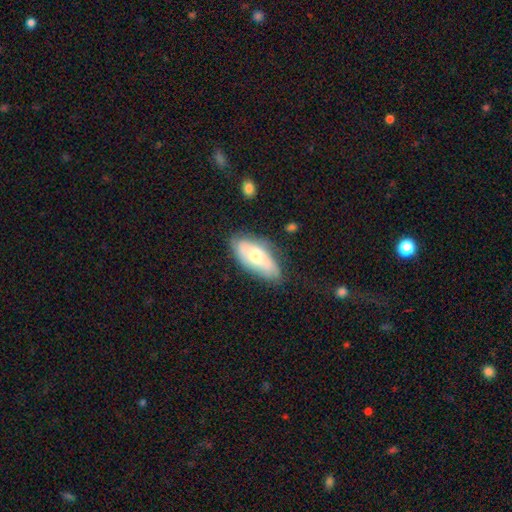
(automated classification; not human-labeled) smooth_or_featured: smooth (p=0.49) [alt: featured or disk p=0.44]
merging: none (p=0.66) [alt: minor disturbance p=0.25]